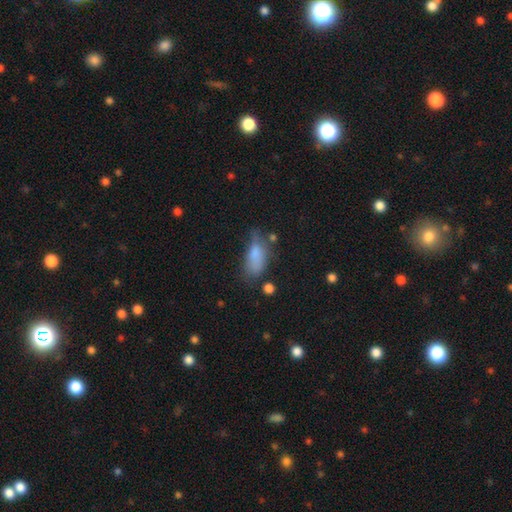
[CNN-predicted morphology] Smooth or featured? Predicted: smooth (p=0.76). How rounded? Predicted: in between (p=0.83). Merging? Predicted: none (p=0.40).